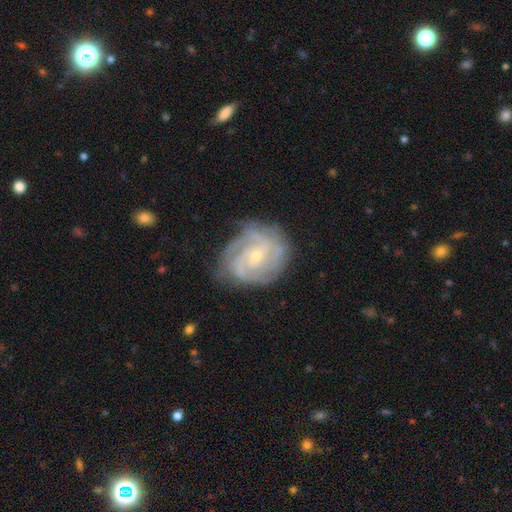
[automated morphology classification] Smooth or featured: featured or disk — 86% (smooth — 8%)
Edge-on disk: no — 97% (yes — 3%)
Bar: no — 53% (weak — 38%)
Spiral arms: yes — 96% (no — 4%)
Spiral winding: tight — 62% (medium — 32%)
Spiral arm count: can't tell — 26% (3 — 25%)
Bulge size: small — 73% (moderate — 24%)
Merging: none — 72% (minor disturbance — 19%)